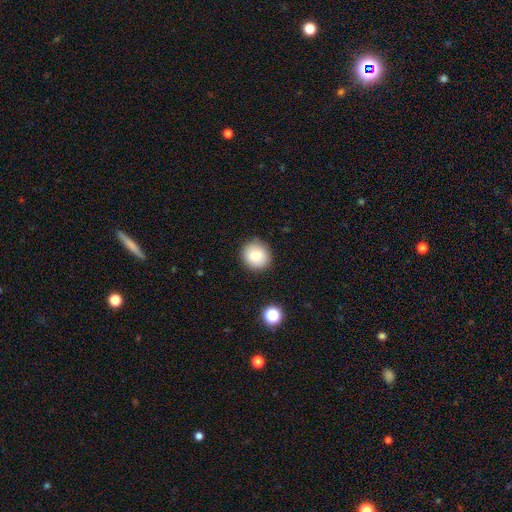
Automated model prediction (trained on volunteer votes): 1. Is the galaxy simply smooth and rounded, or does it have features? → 81% smooth, 9% featured or disk, 9% star or artifact.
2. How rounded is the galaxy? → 86% round, 13% in between, 1% cigar-shaped.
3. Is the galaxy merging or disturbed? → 89% none, 8% minor disturbance, 2% major disturbance, 1% merger.